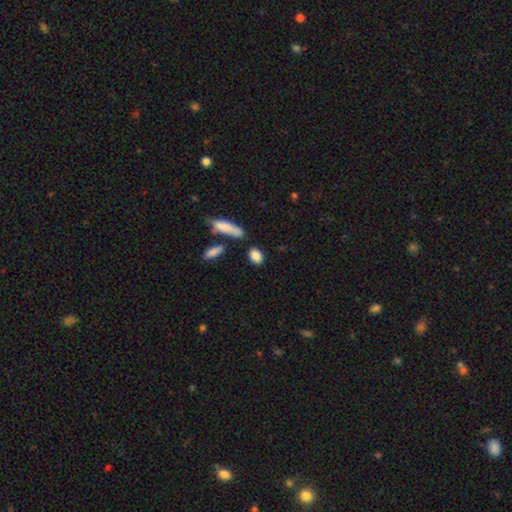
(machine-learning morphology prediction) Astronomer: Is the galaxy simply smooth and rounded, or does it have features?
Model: smooth — 86%.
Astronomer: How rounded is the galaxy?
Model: in between — 79%.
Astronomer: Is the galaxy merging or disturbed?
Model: none — 77%.